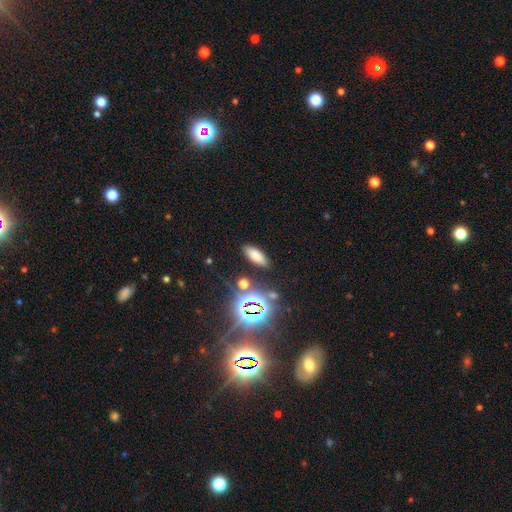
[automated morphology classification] smooth 70%, star or artifact 22%, featured or disk 8%. Down the decision tree: how rounded — in between (73%); merging — none (86%).